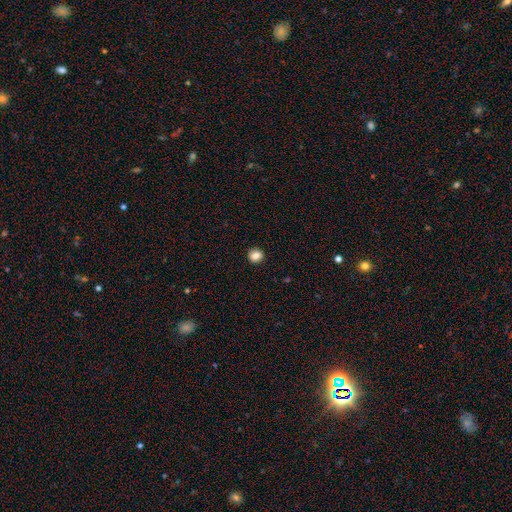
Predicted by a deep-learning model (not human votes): Overall: smooth (85%). How rounded: round (87%). Merging: none (92%).